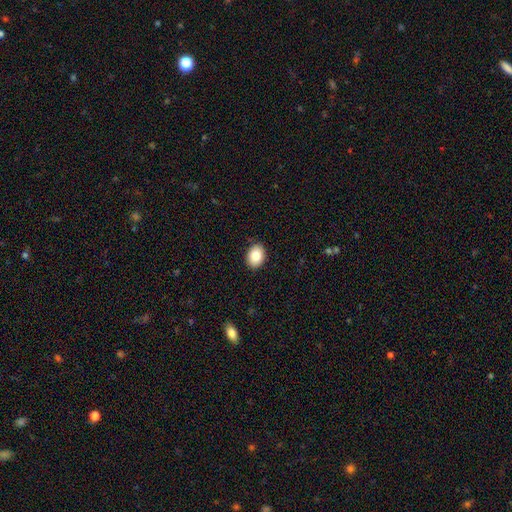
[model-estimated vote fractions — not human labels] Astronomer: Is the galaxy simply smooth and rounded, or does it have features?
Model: smooth — 84%.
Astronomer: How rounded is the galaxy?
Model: in between — 71%.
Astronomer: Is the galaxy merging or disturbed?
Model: none — 90%.